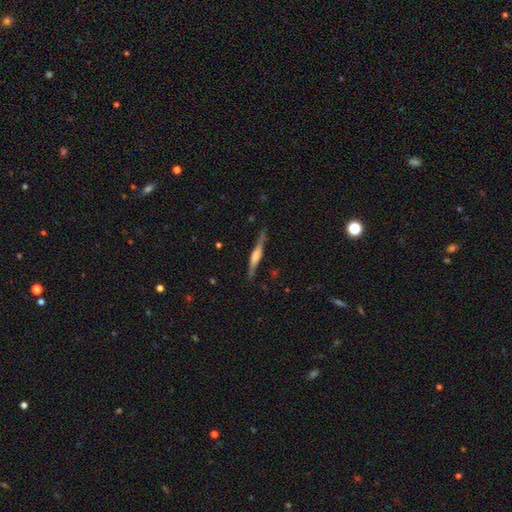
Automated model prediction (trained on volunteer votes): smooth_or_featured: featured or disk (p=0.63) [alt: smooth p=0.31]
disk_edge_on: yes (p=0.96) [alt: no p=0.04]
edge_on_bulge: rounded (p=0.58) [alt: boxy p=0.30]
merging: none (p=0.82) [alt: minor disturbance p=0.13]